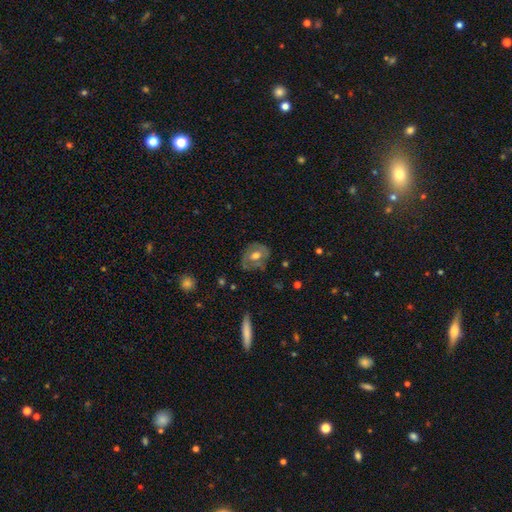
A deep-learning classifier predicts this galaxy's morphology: type=featured or disk (47%); merging=none (63%).